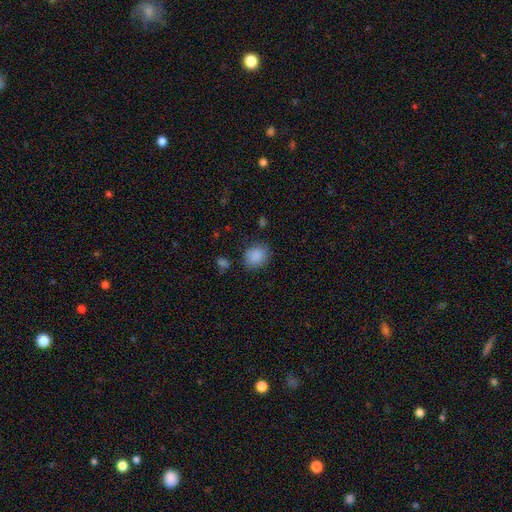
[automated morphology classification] smooth 87%, star or artifact 8%, featured or disk 4%. Down the decision tree: how rounded — round (65%); merging — none (79%).